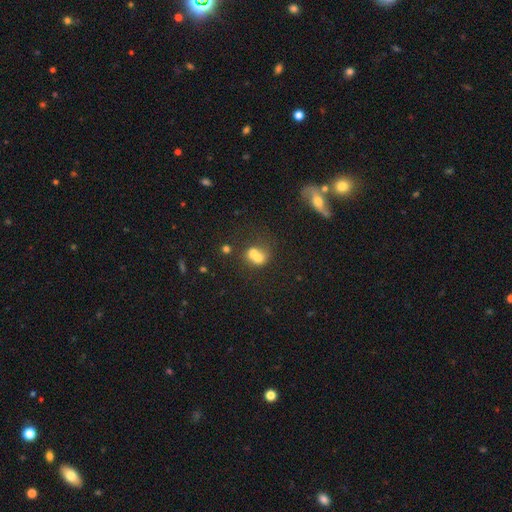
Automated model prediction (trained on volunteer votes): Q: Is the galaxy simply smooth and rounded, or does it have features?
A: smooth — 64%.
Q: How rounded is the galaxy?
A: round — 68%.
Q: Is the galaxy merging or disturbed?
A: merger — 66%.